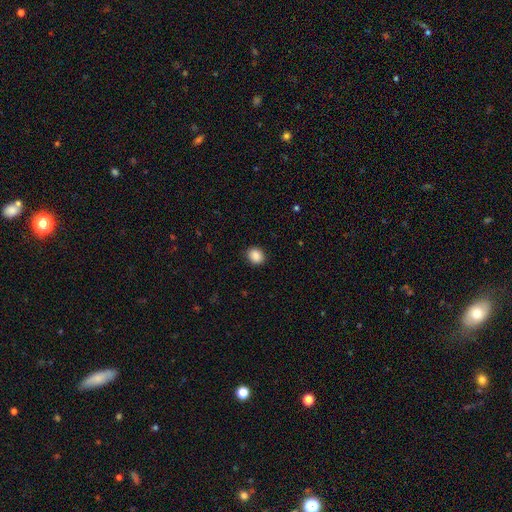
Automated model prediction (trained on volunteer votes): This is clearly a smooth galaxy (88%). How rounded: likely round (63%). Merging: clearly none (90%).